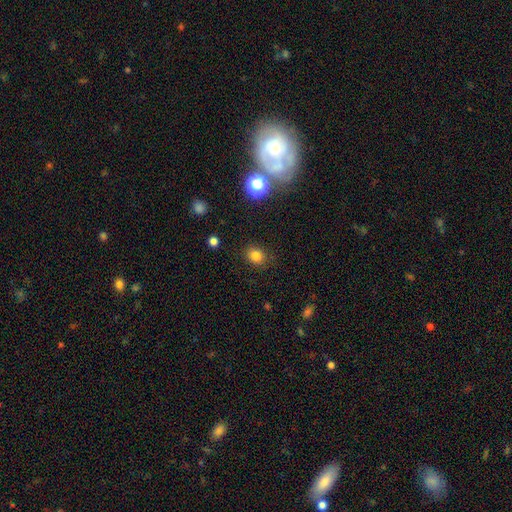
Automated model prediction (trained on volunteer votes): smooth-or-featured: smooth: 80% | star or artifact: 14% | featured or disk: 6%
  how-rounded: round: 64% | in between: 35% | cigar-shaped: 1%
  merging: none: 86% | minor disturbance: 10% | major disturbance: 3% | merger: 1%